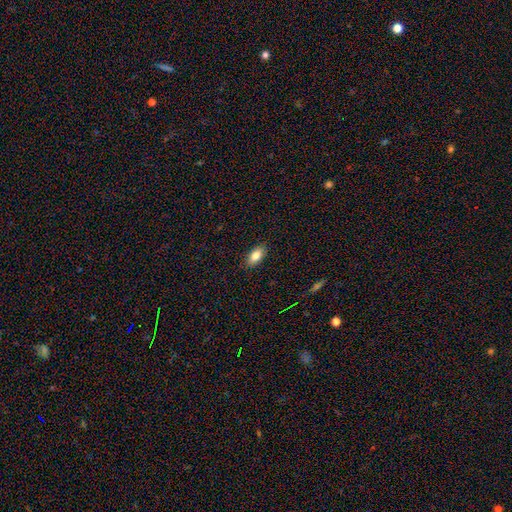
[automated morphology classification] smooth 83%, featured or disk 10%, star or artifact 7%. Down the decision tree: how rounded — in between (89%); merging — none (89%).